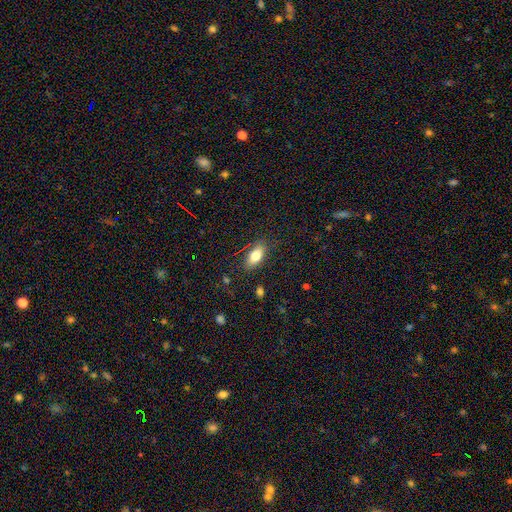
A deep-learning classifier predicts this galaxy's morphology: smooth_or_featured: smooth (p=0.78) [alt: featured or disk p=0.13]
how_rounded: in between (p=0.87) [alt: cigar-shaped p=0.09]
merging: none (p=0.81) [alt: minor disturbance p=0.13]